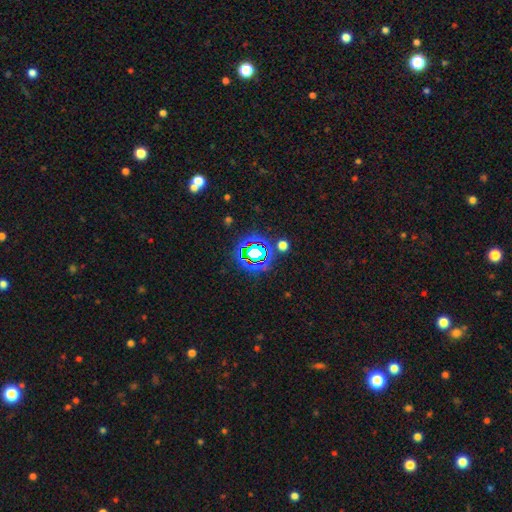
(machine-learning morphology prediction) Smooth or featured? star or artifact (69%)